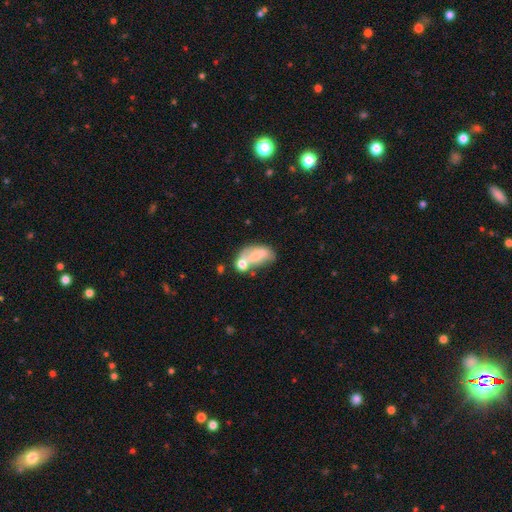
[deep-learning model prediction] smooth_or_featured: smooth (p=0.58) [alt: featured or disk p=0.32]
how_rounded: in between (p=0.87) [alt: round p=0.08]
merging: merger (p=0.39) [alt: none p=0.25]